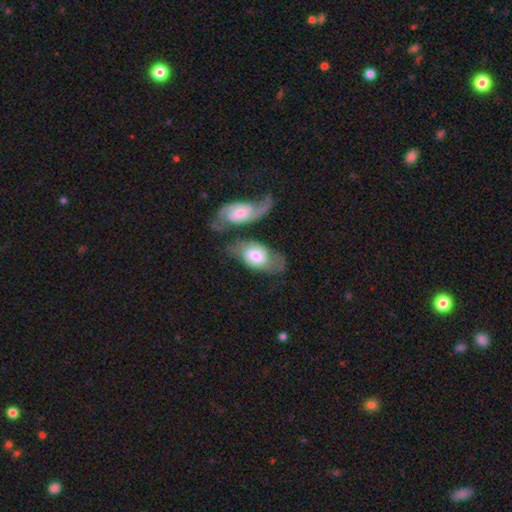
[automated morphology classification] smooth-or-featured: featured or disk: 55% | smooth: 39% | star or artifact: 6%
  disk-edge-on: no: 91% | yes: 9%
    bar: weak: 44% | no: 43% | strong: 13%
    has-spiral-arms: yes: 82% | no: 18%
    bulge-size: moderate: 50% | large: 26% | small: 19% | none: 3% | dominant: 3%
  merging: merger: 34% (tied) | none: 34% (tied) | minor disturbance: 18% | major disturbance: 14%